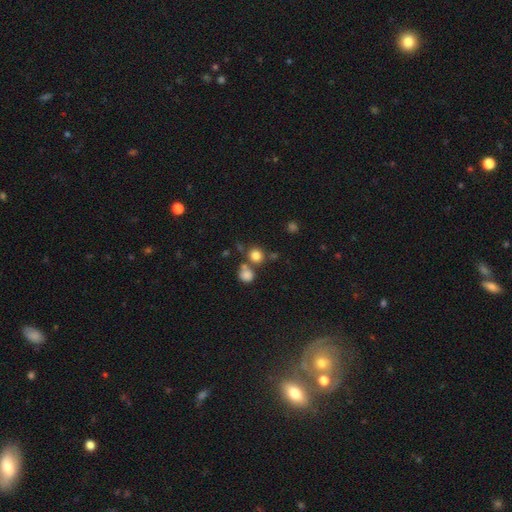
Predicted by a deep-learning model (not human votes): Smooth or featured? Predicted: smooth (p=0.80). How rounded? Predicted: round (p=0.87). Merging? Predicted: none (p=0.65).